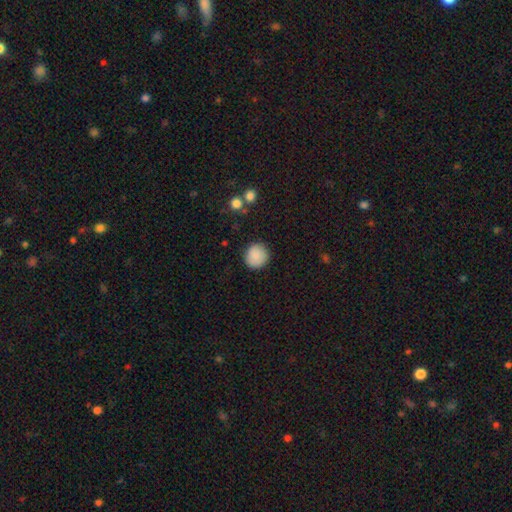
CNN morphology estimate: type=smooth (88%); roundness=round (92%); merging=none (89%).